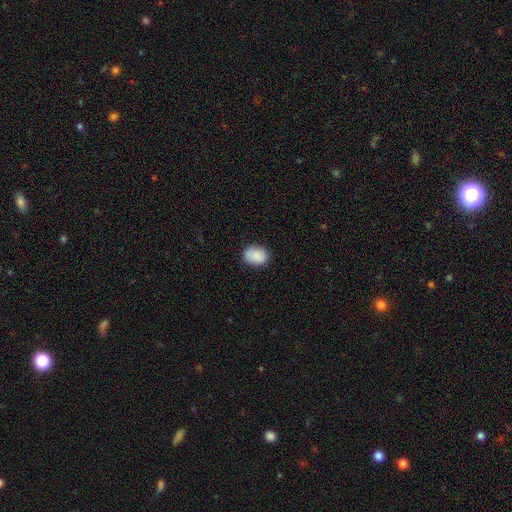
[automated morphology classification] Overall: smooth (90%). How rounded: in between (71%). Merging: none (85%).